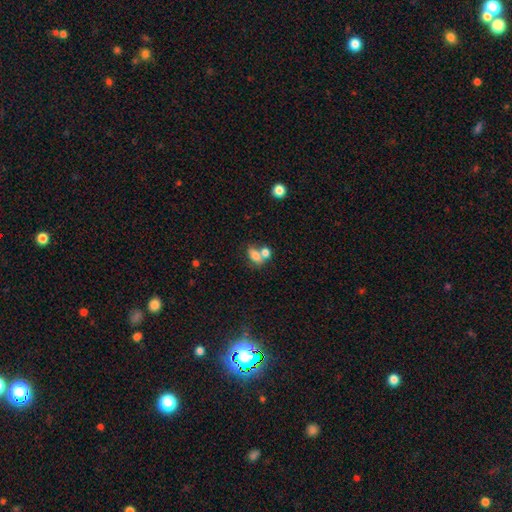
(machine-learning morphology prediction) This is likely a smooth galaxy (71%). How rounded: likely in between (77%). Merging: possibly merger (53%).